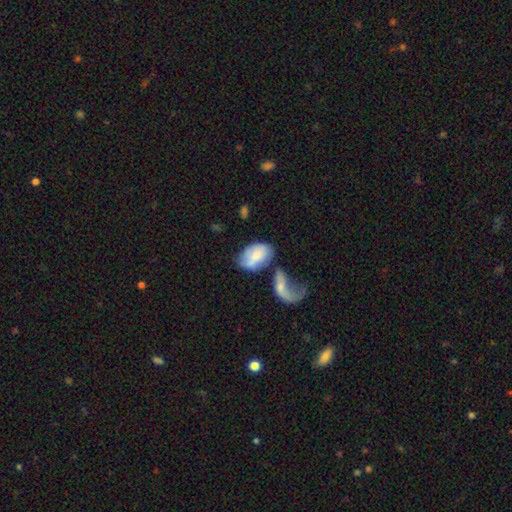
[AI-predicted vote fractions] Smooth or featured? smooth (63%)
How rounded? in between (89%)
Merging? merger (31%)